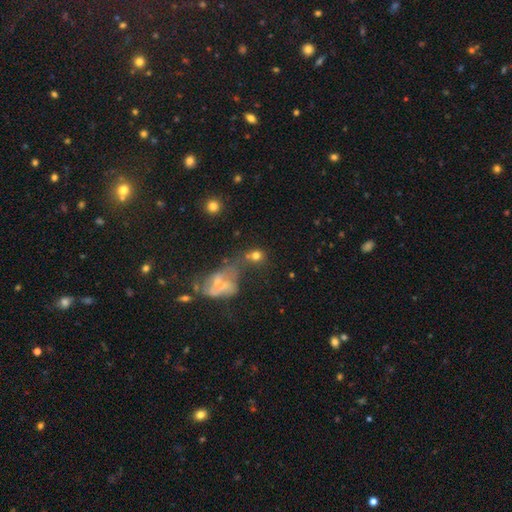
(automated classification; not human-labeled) Overall: smooth (68%). How rounded: round (70%). Merging: none (38%; merger 37%).